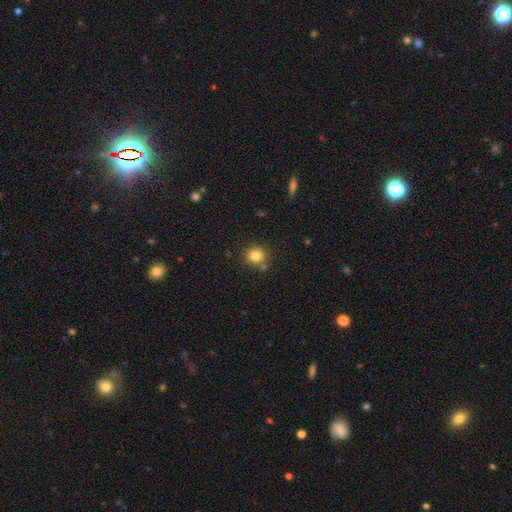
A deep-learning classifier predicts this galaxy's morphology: Smooth or featured? Predicted: smooth (p=0.82). How rounded? Predicted: round (p=0.85). Merging? Predicted: none (p=0.80).